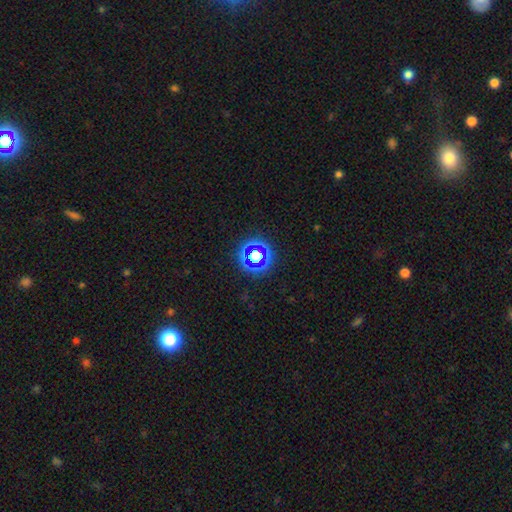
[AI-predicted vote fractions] Smooth or featured: star or artifact — 59% (smooth — 28%)